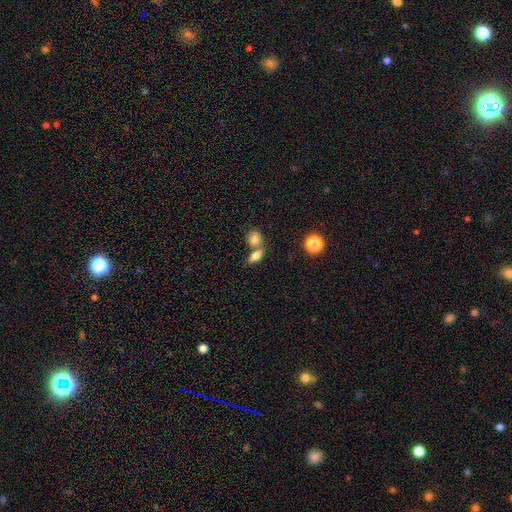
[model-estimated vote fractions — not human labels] Smooth or featured? smooth (78%)
How rounded? in between (76%)
Merging? merger (47%)